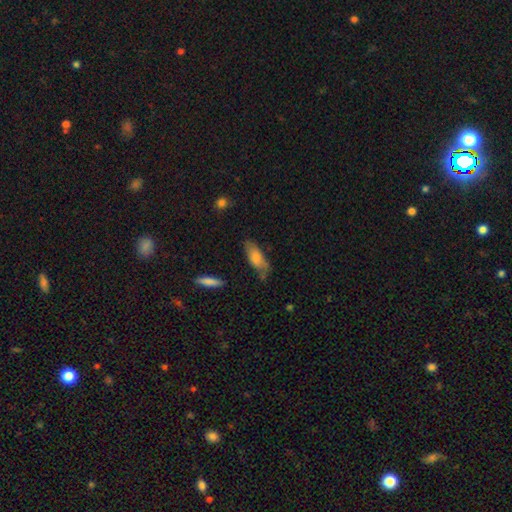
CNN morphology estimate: smooth 62%, featured or disk 30%, star or artifact 8%. Down the decision tree: how rounded — in between (69%); merging — none (67%).